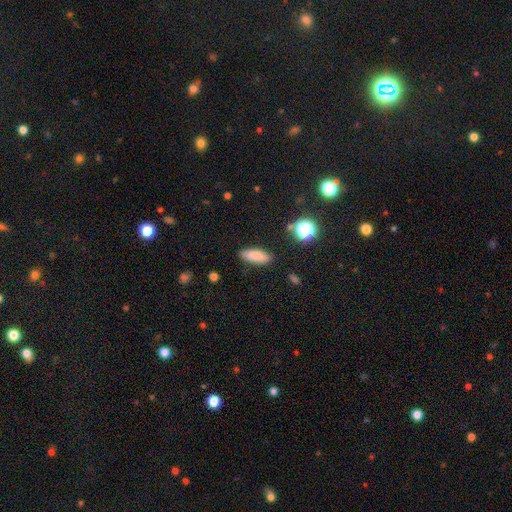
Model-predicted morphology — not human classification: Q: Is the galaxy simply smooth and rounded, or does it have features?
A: smooth — 83%.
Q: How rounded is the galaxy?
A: in between — 61%.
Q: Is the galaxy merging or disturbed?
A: none — 86%.